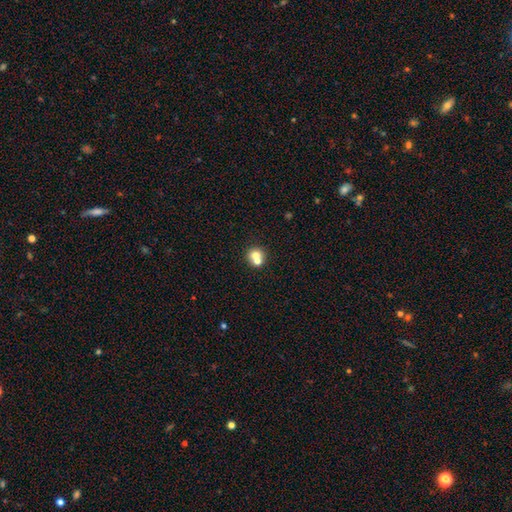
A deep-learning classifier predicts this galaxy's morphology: This appears to be a smooth galaxy with no disk features (70%) that is round (86%). Merging: merger (48%).